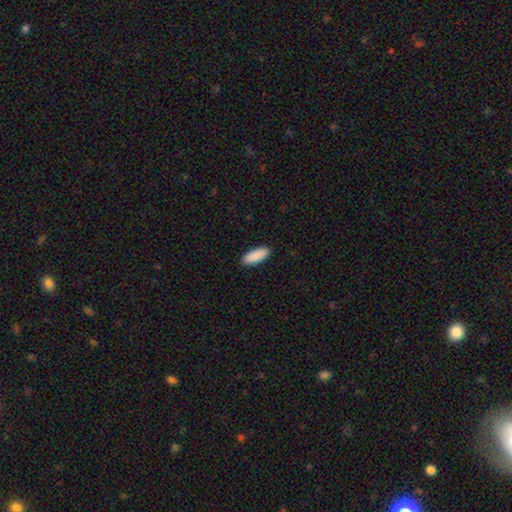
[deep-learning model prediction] smooth 91%, star or artifact 5%, featured or disk 3%. Down the decision tree: how rounded — in between (79%); merging — none (91%).